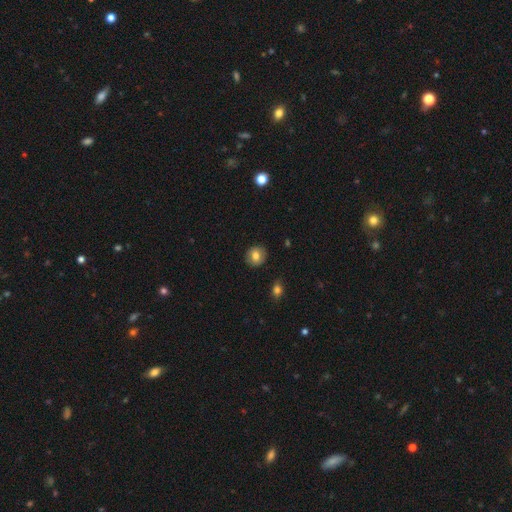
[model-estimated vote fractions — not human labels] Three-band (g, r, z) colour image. It shows a smooth galaxy with no disk features (79%) that is round (84%). Merging: none (90%).